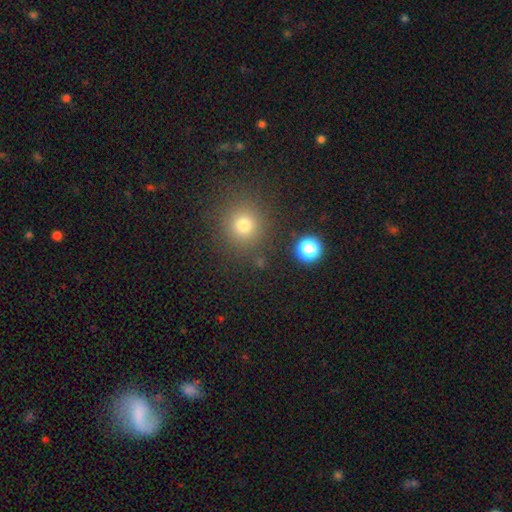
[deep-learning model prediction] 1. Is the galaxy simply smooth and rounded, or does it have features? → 66% smooth, 27% star or artifact, 7% featured or disk.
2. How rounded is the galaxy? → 92% round, 7% in between, 1% cigar-shaped.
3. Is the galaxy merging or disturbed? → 87% none, 6% minor disturbance, 3% merger, 3% major disturbance.